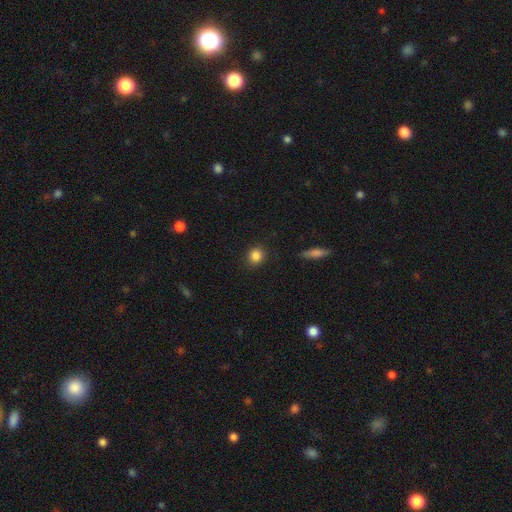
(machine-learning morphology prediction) Smooth or featured? Predicted: smooth (p=0.85). How rounded? Predicted: round (p=0.86). Merging? Predicted: none (p=0.89).